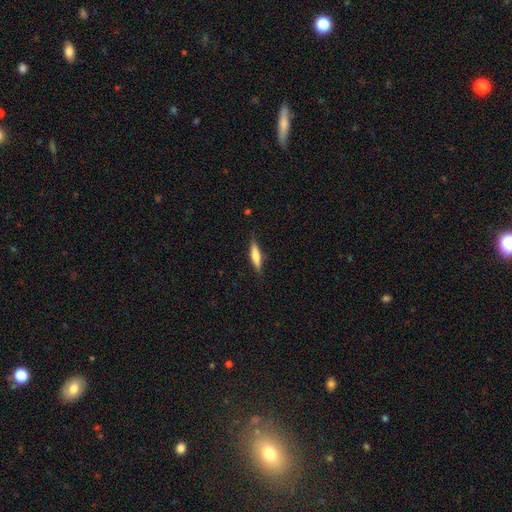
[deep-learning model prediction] Q: Smooth or featured?
A: smooth (52%); runner-up: featured or disk (42%)
Q: How rounded?
A: cigar-shaped (79%); runner-up: in between (19%)
Q: Merging?
A: none (86%); runner-up: minor disturbance (11%)